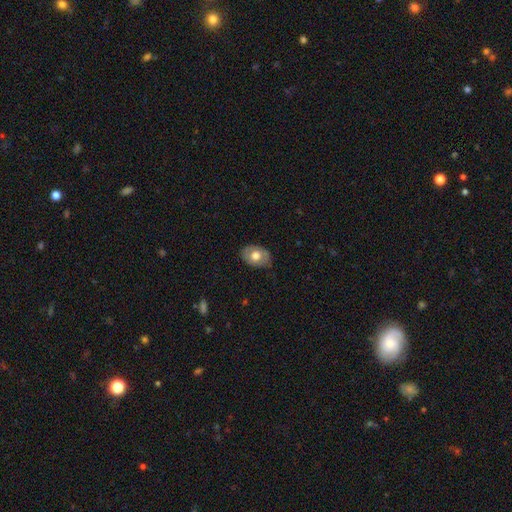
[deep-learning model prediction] Smooth or featured? smooth (63%)
How rounded? in between (76%)
Merging? none (79%)